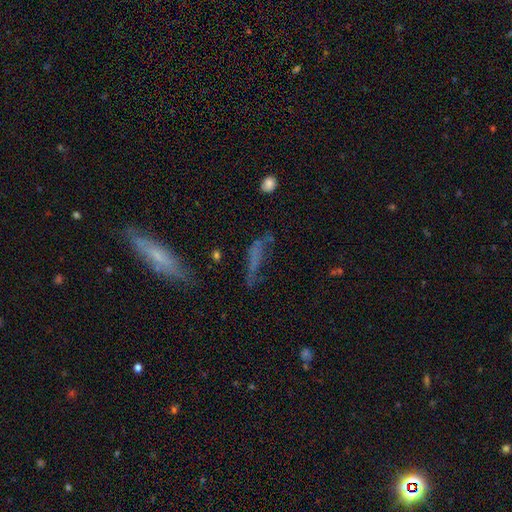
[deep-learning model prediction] The model was most divided on "smooth or featured": smooth: 48%, featured or disk: 34%, star or artifact: 18%. More confident: merging — none (52%).